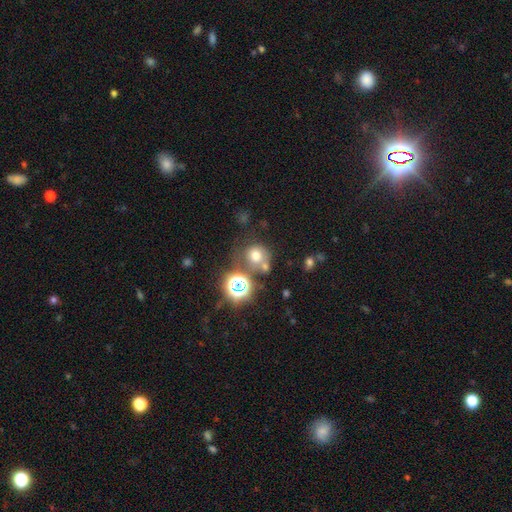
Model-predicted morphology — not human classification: smooth 66%, star or artifact 22%, featured or disk 12%. Down the decision tree: how rounded — round (85%); merging — none (58%).